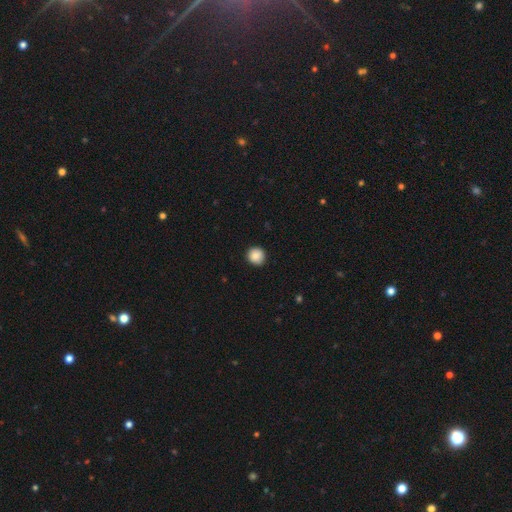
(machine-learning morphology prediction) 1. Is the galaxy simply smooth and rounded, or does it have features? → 88% smooth, 9% star or artifact, 3% featured or disk.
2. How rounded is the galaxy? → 94% round, 5% in between, 1% cigar-shaped.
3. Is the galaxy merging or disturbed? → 91% none, 7% minor disturbance, 2% major disturbance, 1% merger.